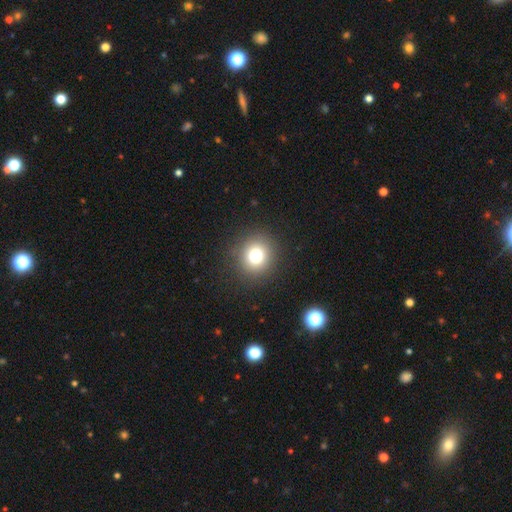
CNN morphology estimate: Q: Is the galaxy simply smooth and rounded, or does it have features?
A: smooth — 77%.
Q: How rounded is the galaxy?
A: round — 88%.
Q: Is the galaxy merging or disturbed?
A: none — 90%.